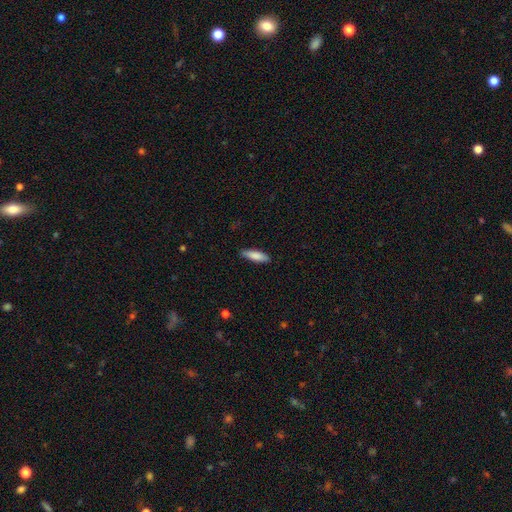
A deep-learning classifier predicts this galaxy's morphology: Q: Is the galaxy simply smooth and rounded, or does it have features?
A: smooth — 85%.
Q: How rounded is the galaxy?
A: cigar-shaped — 54%.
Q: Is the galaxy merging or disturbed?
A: none — 86%.